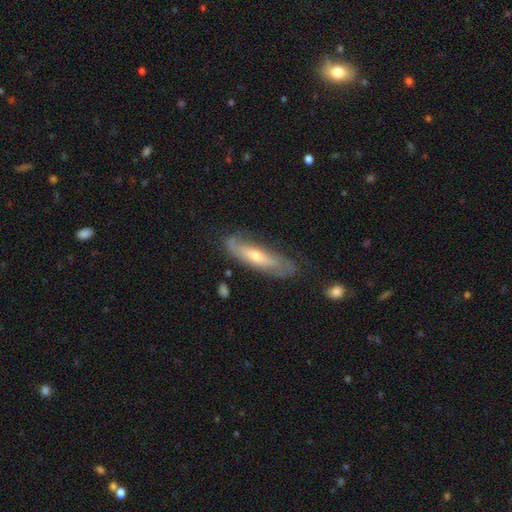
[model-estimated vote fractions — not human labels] smooth-or-featured: featured or disk: 59% | smooth: 35% | star or artifact: 6%
  disk-edge-on: no: 58% | yes: 42%
  merging: none: 63% | minor disturbance: 25% | major disturbance: 10% | merger: 2%